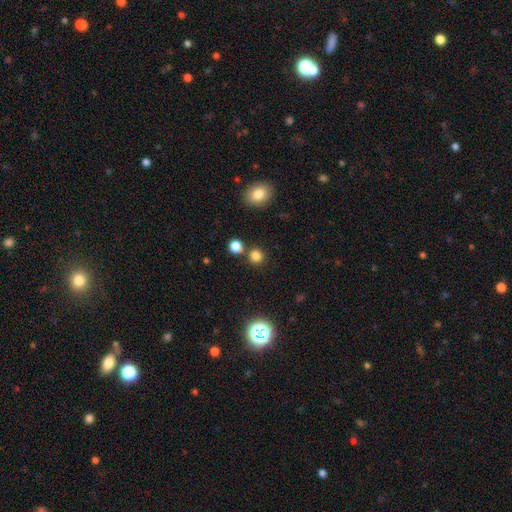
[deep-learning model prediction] A smooth galaxy with no disk features (79%) that is round (90%). Merging: none (78%).